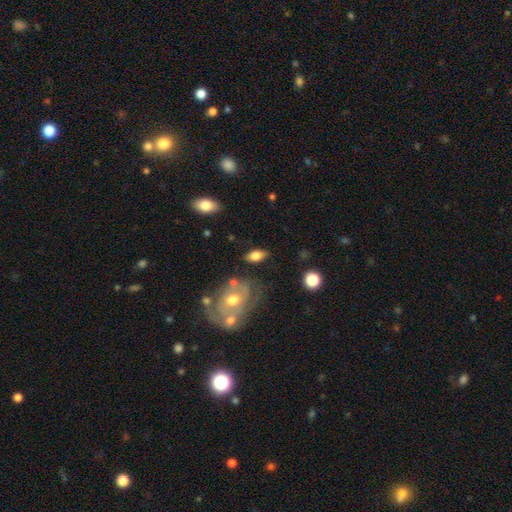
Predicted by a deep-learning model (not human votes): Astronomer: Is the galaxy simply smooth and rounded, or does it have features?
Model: smooth — 75%.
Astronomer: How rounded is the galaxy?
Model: in between — 88%.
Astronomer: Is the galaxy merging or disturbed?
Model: none — 76%.